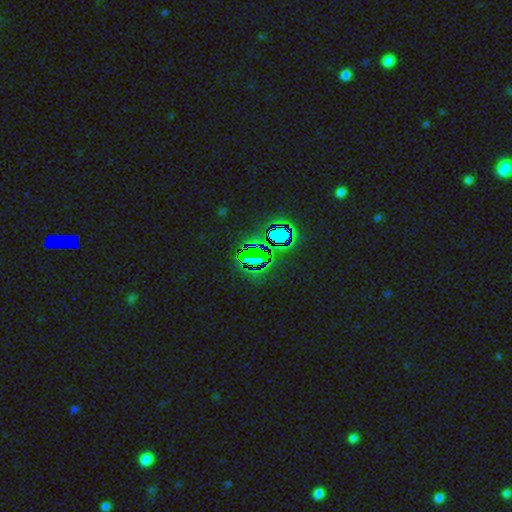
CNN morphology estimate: Smooth or featured? star or artifact (81%)